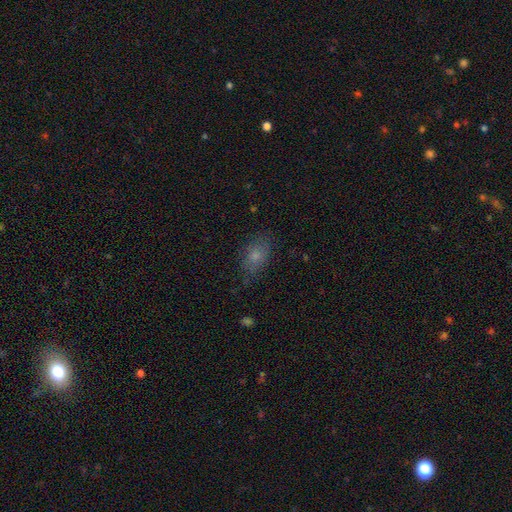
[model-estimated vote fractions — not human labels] Q: Smooth or featured?
A: smooth (72%); runner-up: featured or disk (16%)
Q: How rounded?
A: in between (83%); runner-up: round (12%)
Q: Merging?
A: none (72%); runner-up: minor disturbance (20%)